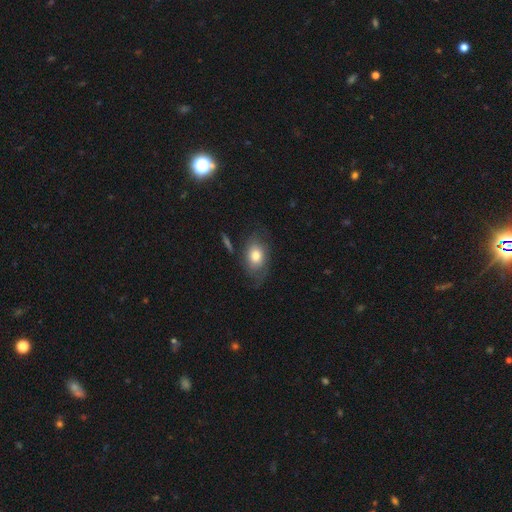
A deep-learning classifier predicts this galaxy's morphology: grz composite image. It shows a smooth galaxy with no disk features (65%) that is in between round and cigar-shaped (78%). Merging: none (58%).